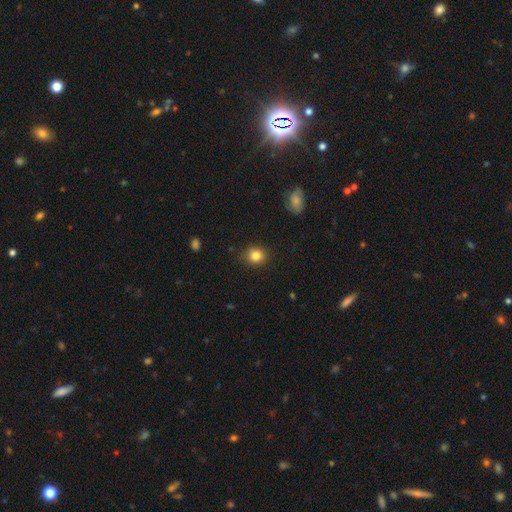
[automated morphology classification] This appears to be a smooth galaxy with no disk features (83%) that is round (79%). Merging: none (87%).